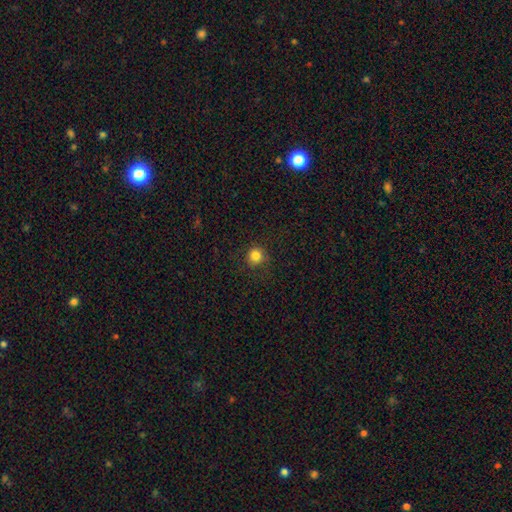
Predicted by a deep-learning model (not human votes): Overall: smooth (83%). How rounded: round (93%). Merging: none (86%).